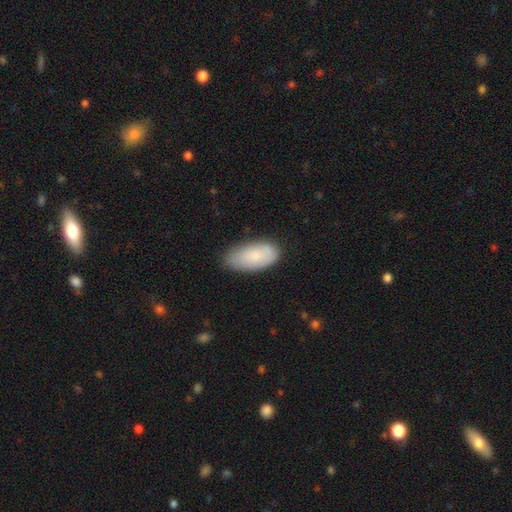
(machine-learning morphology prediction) smooth 82%, featured or disk 12%, star or artifact 6%. Down the decision tree: how rounded — in between (93%); merging — none (73%).